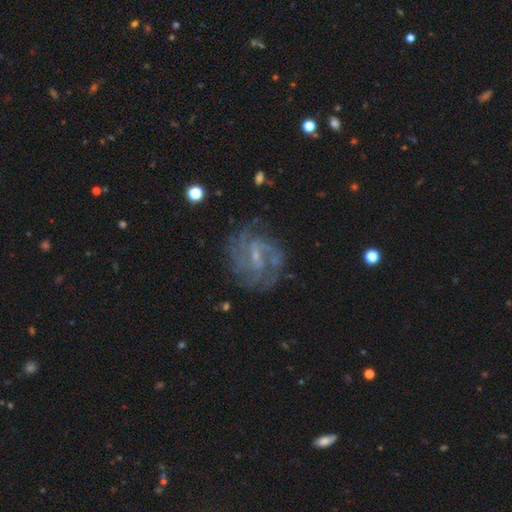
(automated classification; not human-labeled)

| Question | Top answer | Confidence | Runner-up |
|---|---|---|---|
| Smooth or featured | featured or disk | 84% | smooth (8%) |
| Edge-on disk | no | 97% | yes (3%) |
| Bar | weak | 58% | no (24%) |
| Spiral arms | yes | 93% | no (7%) |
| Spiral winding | medium | 46% | tight (37%) |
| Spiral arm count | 2 | 34% | can't tell (27%) |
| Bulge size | small | 69% | moderate (16%) |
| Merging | none | 71% | minor disturbance (17%) |